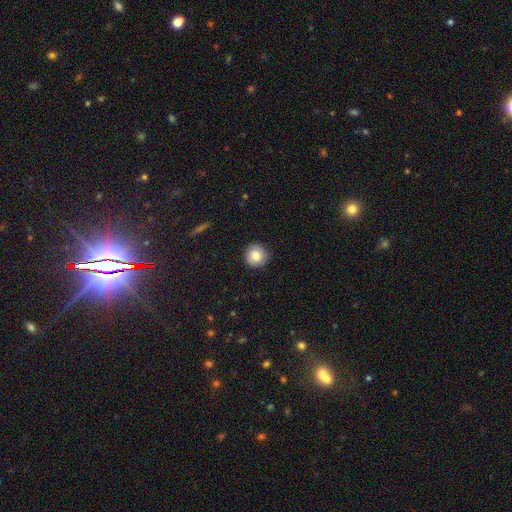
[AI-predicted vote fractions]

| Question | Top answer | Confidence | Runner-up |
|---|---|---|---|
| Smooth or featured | smooth | 82% | featured or disk (10%) |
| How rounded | round | 94% | in between (5%) |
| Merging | none | 89% | minor disturbance (8%) |